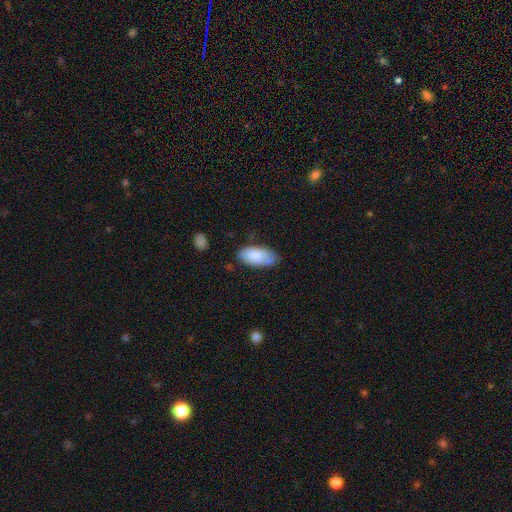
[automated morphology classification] smooth-or-featured: smooth: 83% | featured or disk: 11% | star or artifact: 6%
  how-rounded: in between: 92% | cigar-shaped: 6% | round: 2%
  merging: none: 66% | minor disturbance: 25% | major disturbance: 5% | merger: 3%